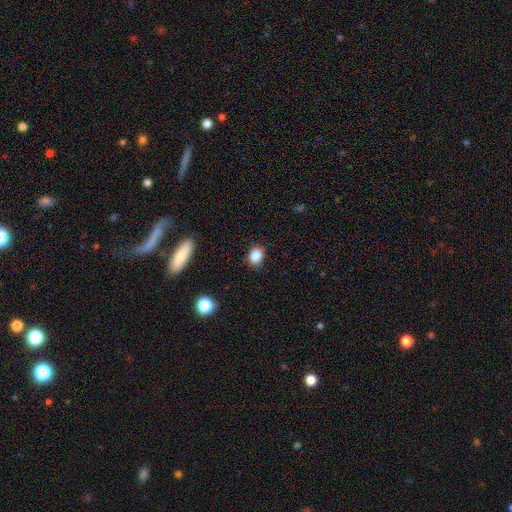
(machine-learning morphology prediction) smooth_or_featured: smooth (p=0.86) [alt: star or artifact p=0.10]
how_rounded: round (p=0.51) [alt: in between p=0.48]
merging: none (p=0.83) [alt: minor disturbance p=0.13]